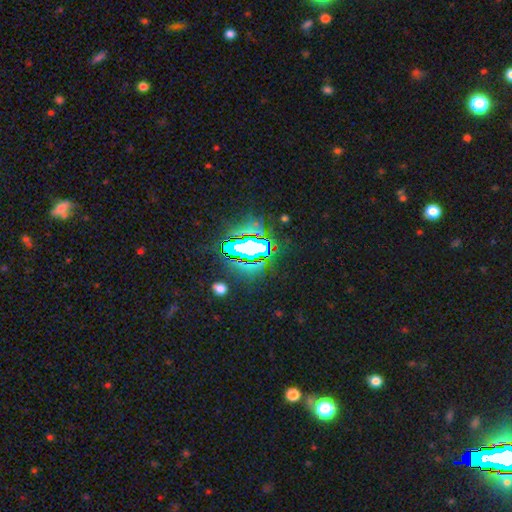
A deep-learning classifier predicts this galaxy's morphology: Q: Smooth or featured?
A: star or artifact (72%); runner-up: smooth (15%)